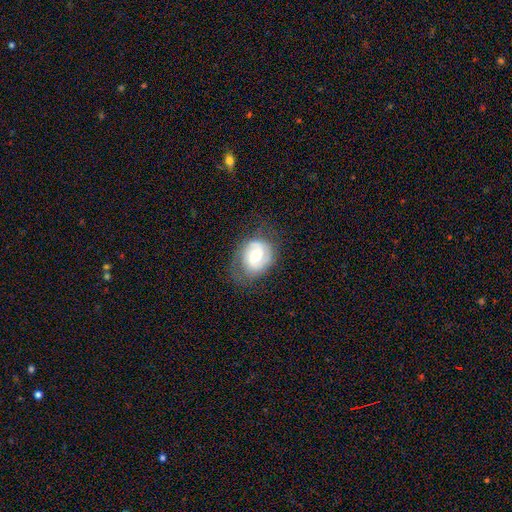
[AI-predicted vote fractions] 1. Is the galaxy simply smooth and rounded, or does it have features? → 68% featured or disk, 25% smooth, 7% star or artifact.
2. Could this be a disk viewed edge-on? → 97% no, 3% yes.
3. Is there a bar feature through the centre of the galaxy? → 45% weak, 43% no, 12% strong.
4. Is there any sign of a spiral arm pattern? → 88% yes, 12% no.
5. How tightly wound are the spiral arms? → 42% medium, 41% tight, 17% loose.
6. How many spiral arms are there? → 73% 2, 14% can't tell, 7% 1, 4% 3, 1% 4, 1% more than 4.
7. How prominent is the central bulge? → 64% moderate, 21% small, 12% large, 1% none, 1% dominant.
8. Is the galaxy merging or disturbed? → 62% none, 23% minor disturbance, 13% major disturbance, 1% merger.